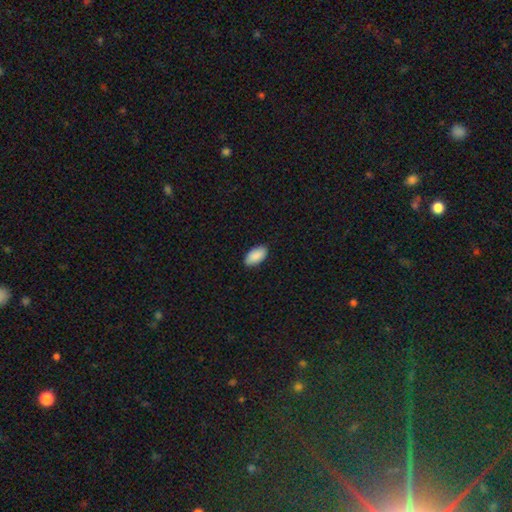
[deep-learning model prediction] smooth-or-featured: smooth: 90% | star or artifact: 6% | featured or disk: 4%
  how-rounded: in between: 95% | cigar-shaped: 2% | round: 2%
  merging: none: 88% | minor disturbance: 10% | major disturbance: 2% | merger: 1%